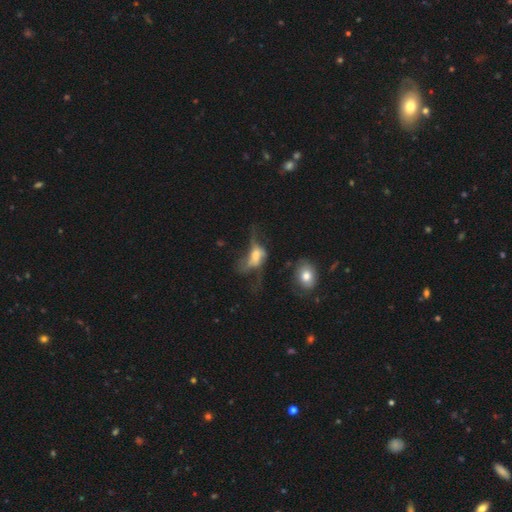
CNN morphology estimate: type=featured or disk (51%); edge-on=no (89%); merging=major disturbance (55%).